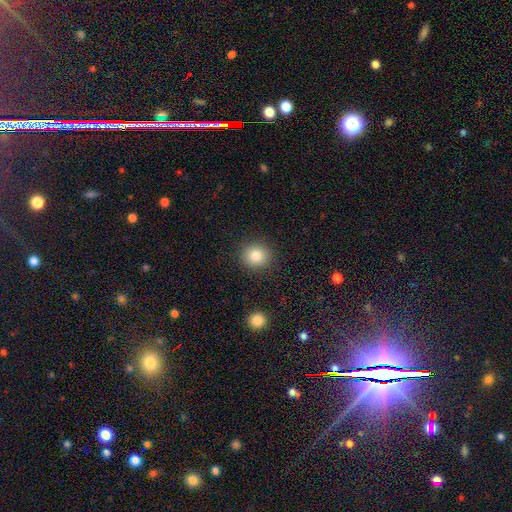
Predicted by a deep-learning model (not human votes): smooth-or-featured: smooth: 82% | star or artifact: 11% | featured or disk: 8%
  how-rounded: round: 89% | in between: 10% | cigar-shaped: 1%
  merging: none: 90% | minor disturbance: 6% | major disturbance: 2% | merger: 1%